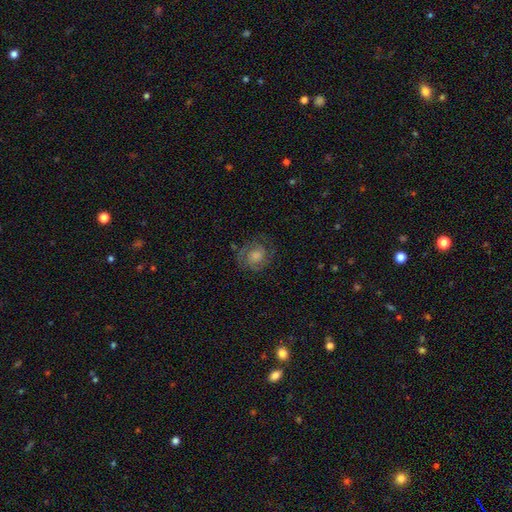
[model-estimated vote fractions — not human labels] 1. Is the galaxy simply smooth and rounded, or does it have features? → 67% featured or disk, 21% smooth, 12% star or artifact.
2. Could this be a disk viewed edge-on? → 97% no, 3% yes.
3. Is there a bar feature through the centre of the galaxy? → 65% no, 29% weak, 5% strong.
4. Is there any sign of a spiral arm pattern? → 90% yes, 10% no.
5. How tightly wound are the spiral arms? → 56% tight, 36% medium, 8% loose.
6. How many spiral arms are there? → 63% 2, 19% can't tell, 8% 3, 4% 1, 3% 4, 3% more than 4.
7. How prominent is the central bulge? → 37% moderate, 25% large, 22% small, 14% none, 3% dominant.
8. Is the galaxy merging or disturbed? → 78% none, 14% minor disturbance, 7% major disturbance, 1% merger.